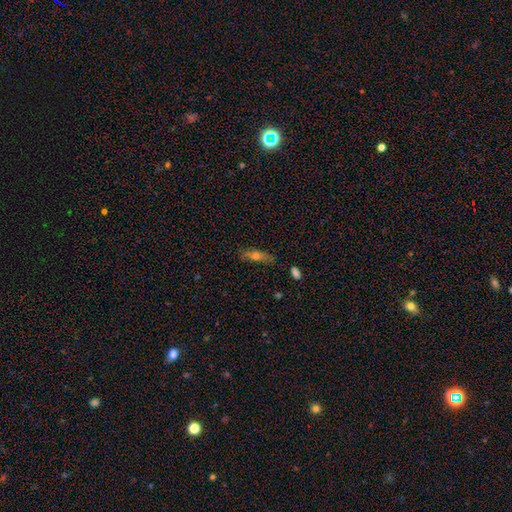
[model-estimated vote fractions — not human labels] Smooth or featured? Predicted: smooth (p=0.51). How rounded? Predicted: cigar-shaped (p=0.62). Merging? Predicted: none (p=0.78).